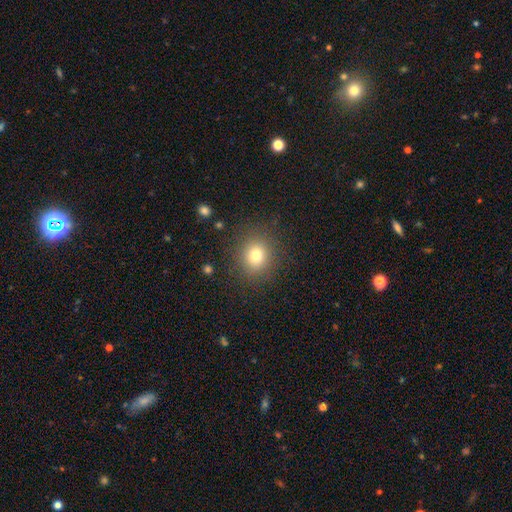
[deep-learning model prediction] smooth-or-featured: smooth: 77% | star or artifact: 14% | featured or disk: 9%
  how-rounded: round: 83% | in between: 16% | cigar-shaped: 1%
  merging: none: 86% | minor disturbance: 8% | major disturbance: 4% | merger: 1%